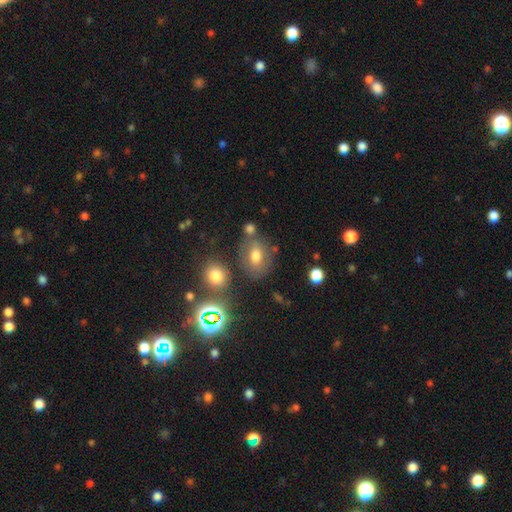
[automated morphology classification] This appears to be a smooth galaxy with no disk features (61%) that is in between round and cigar-shaped (70%). Merging: none (64%).